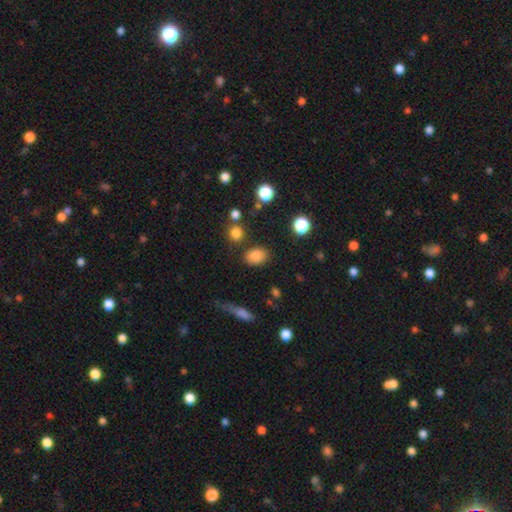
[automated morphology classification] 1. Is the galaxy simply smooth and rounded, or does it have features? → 83% smooth, 11% star or artifact, 6% featured or disk.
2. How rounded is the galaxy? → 67% in between, 32% round, 1% cigar-shaped.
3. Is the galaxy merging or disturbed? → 79% none, 12% minor disturbance, 5% merger, 4% major disturbance.